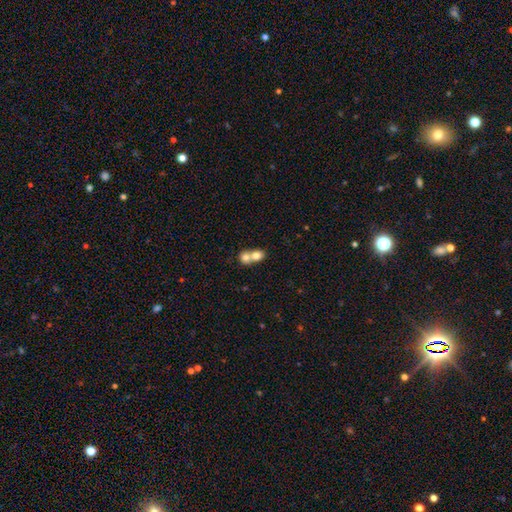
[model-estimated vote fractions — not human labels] This is likely a smooth galaxy (75%). How rounded: likely round (61%). Merging: likely merger (74%).